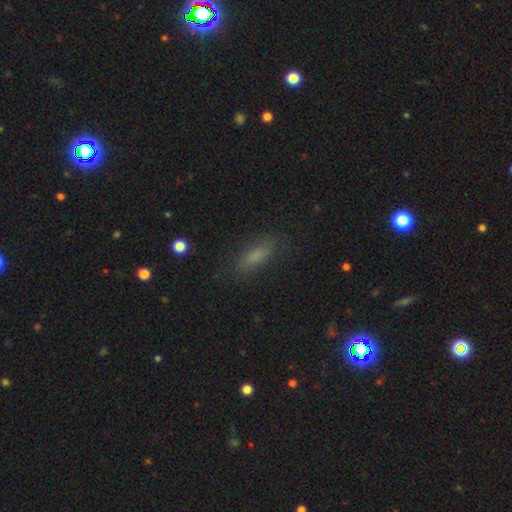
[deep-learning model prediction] smooth_or_featured: smooth (p=0.75) [alt: star or artifact p=0.14]
how_rounded: in between (p=0.58) [alt: cigar-shaped p=0.38]
merging: none (p=0.82) [alt: minor disturbance p=0.12]